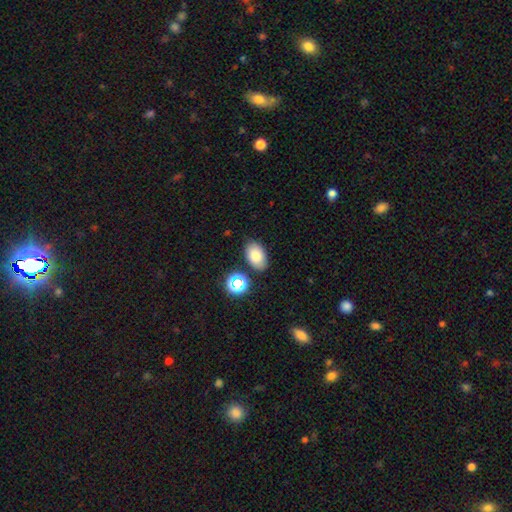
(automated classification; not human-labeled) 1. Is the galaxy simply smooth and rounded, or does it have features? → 78% smooth, 11% star or artifact, 11% featured or disk.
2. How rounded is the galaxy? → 89% in between, 10% round, 1% cigar-shaped.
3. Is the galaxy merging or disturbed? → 79% none, 13% minor disturbance, 5% merger, 3% major disturbance.